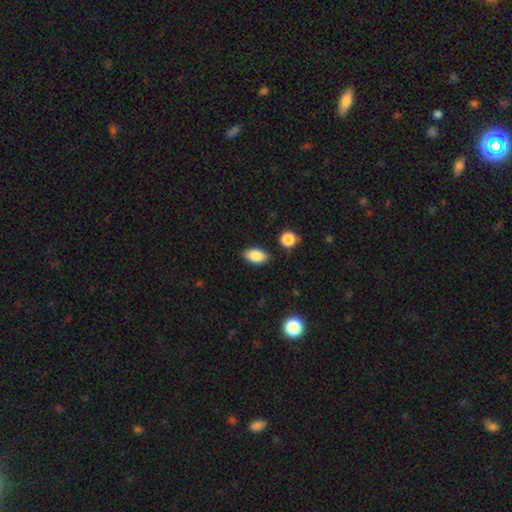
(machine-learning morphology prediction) smooth_or_featured: smooth (p=0.87) [alt: star or artifact p=0.07]
how_rounded: in between (p=0.91) [alt: round p=0.07]
merging: none (p=0.85) [alt: minor disturbance p=0.10]